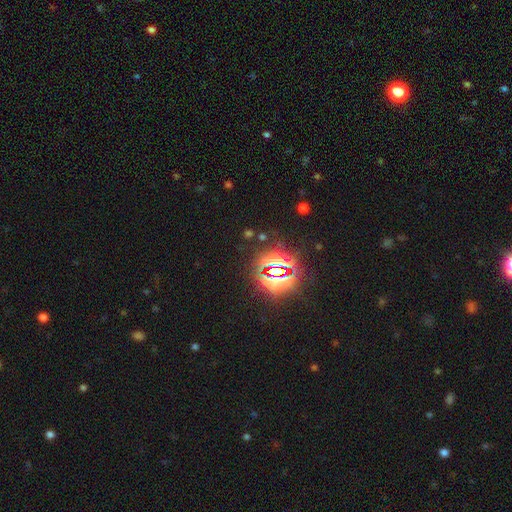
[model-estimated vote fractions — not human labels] Overall: star or artifact (83%).